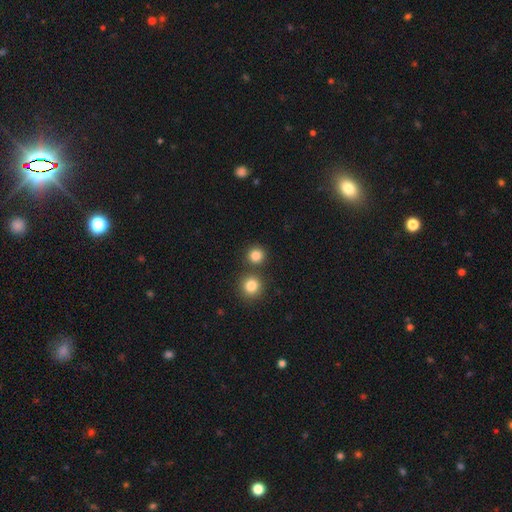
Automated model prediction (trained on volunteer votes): Morphology: type=smooth (83%); roundness=round (93%); merging=none (79%).